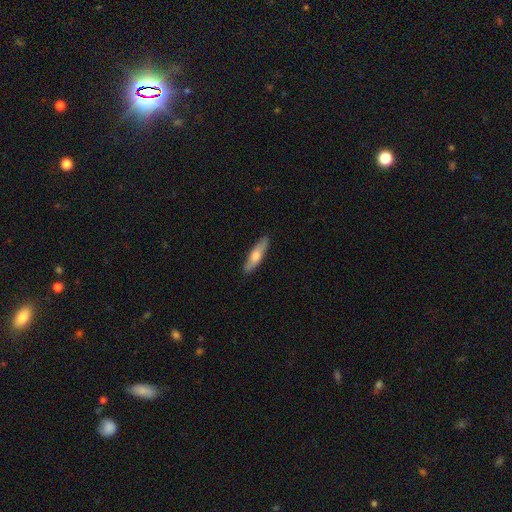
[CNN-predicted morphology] A smooth galaxy with no disk features (61%) that is cigar-shaped (75%). Merging: none (88%).